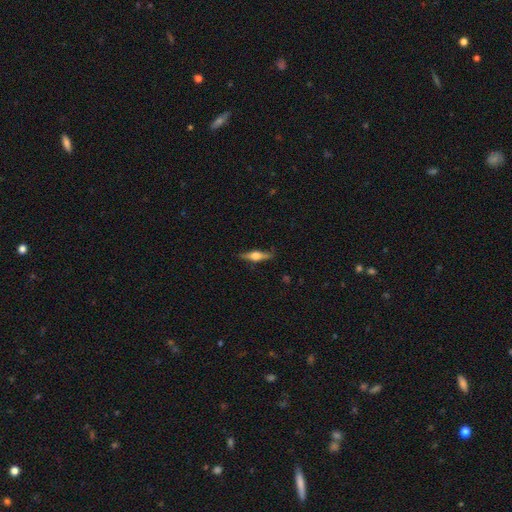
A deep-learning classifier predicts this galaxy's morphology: featured or disk 67%, smooth 27%, star or artifact 6%. Down the decision tree: edge-on disk — yes (97%); edge-on bulge — rounded (92%); merging — none (85%).